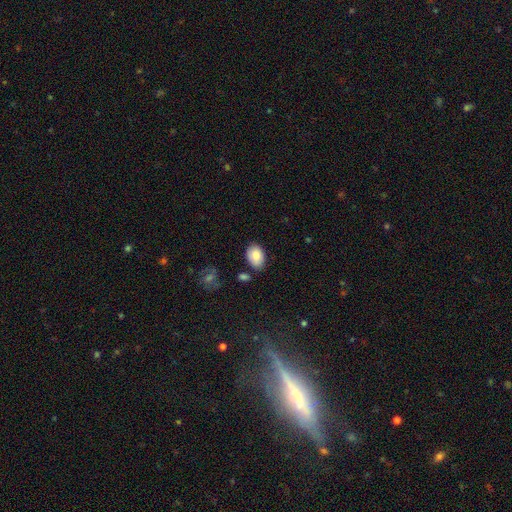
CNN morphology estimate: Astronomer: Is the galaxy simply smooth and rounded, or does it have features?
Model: smooth — 85%.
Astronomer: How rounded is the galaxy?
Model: in between — 87%.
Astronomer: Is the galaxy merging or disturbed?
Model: none — 75%.